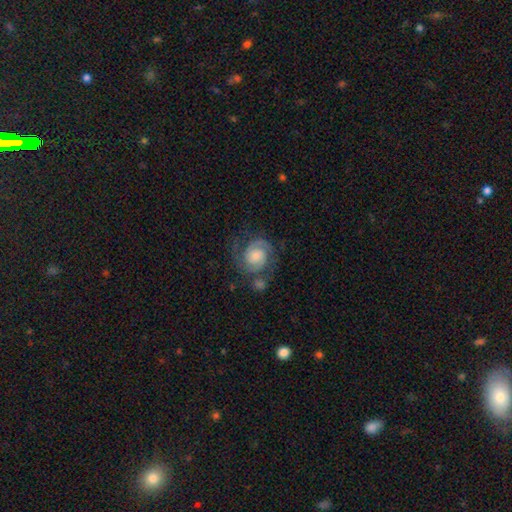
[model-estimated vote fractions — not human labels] smooth-or-featured: featured or disk: 83% | smooth: 11% | star or artifact: 6%
  disk-edge-on: no: 98% | yes: 2%
    bar: no: 62% | weak: 32% | strong: 6%
    has-spiral-arms: yes: 97% | no: 3%
      spiral-winding: tight: 52% | medium: 40% | loose: 9%
      spiral-arm-count: 2: 88% | can't tell: 5% | 3: 3% | 1: 2% | 4: 1% | more than 4: 1%
    bulge-size: moderate: 39% | small: 32% | large: 14% | none: 12% | dominant: 2%
  merging: none: 68% | minor disturbance: 16% | major disturbance: 9% | merger: 7%